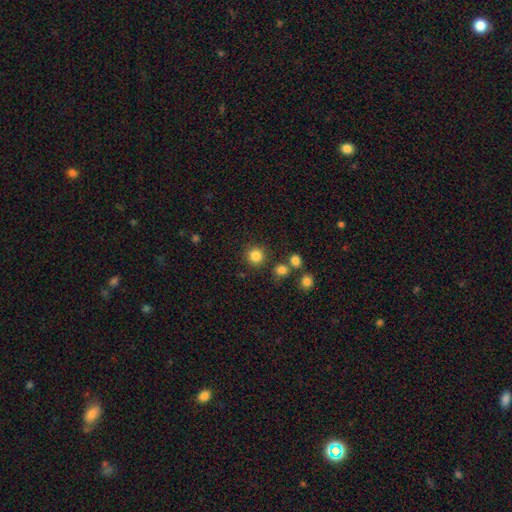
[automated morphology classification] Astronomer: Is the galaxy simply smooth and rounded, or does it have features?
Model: smooth — 84%.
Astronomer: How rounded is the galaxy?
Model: round — 93%.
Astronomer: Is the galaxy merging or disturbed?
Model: none — 85%.